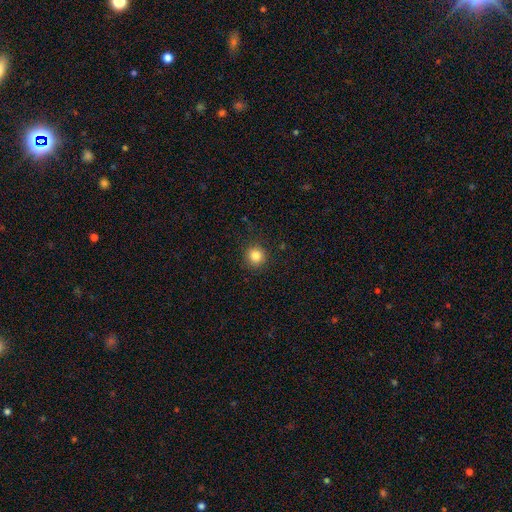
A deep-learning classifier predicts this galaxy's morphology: Smooth or featured: smooth — 83% (star or artifact — 12%)
How rounded: round — 95% (in between — 4%)
Merging: none — 90% (minor disturbance — 6%)